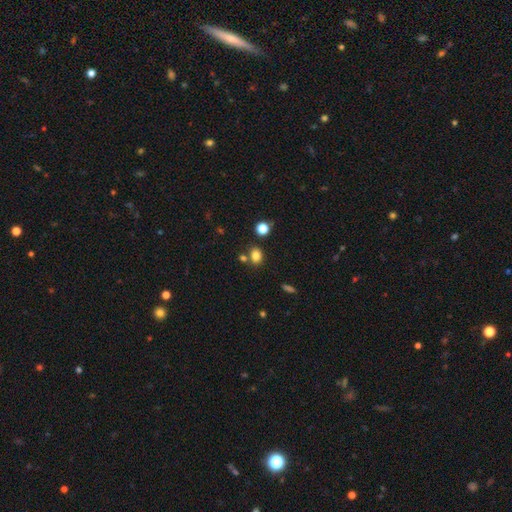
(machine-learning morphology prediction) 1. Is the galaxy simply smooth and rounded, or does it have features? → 82% smooth, 13% star or artifact, 5% featured or disk.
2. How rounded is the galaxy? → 59% in between, 39% round, 1% cigar-shaped.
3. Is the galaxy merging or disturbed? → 69% none, 15% merger, 11% minor disturbance, 4% major disturbance.